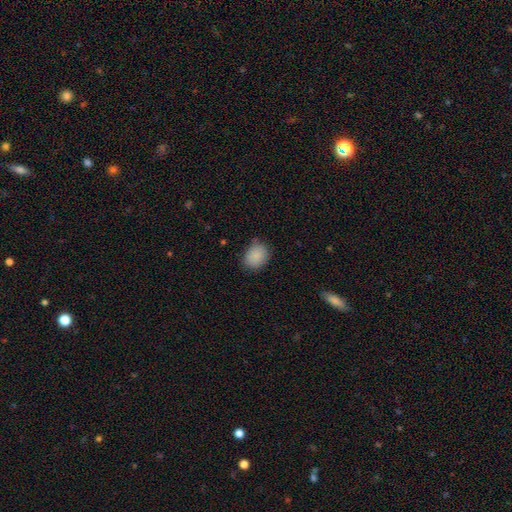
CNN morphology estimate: The model was most divided on "how rounded": in between: 52%, round: 47%, cigar-shaped: 1%. More confident: smooth or featured — smooth (86%); merging — none (72%).